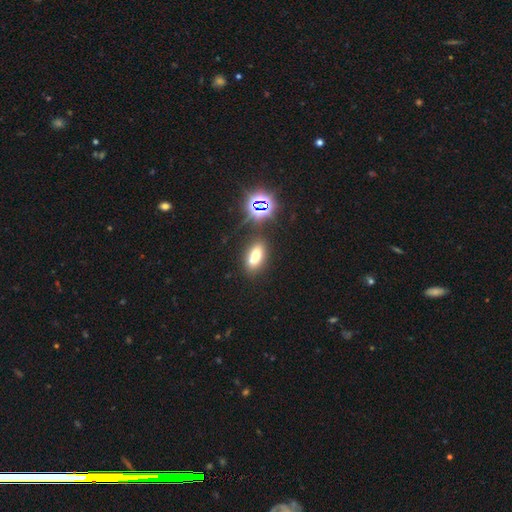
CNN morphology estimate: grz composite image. It shows a smooth galaxy with no disk features (64%) that is in between round and cigar-shaped (81%). Merging: none (70%).